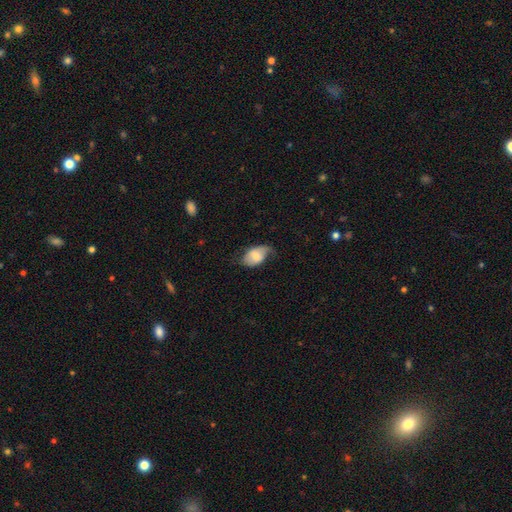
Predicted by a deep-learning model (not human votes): Smooth or featured? smooth (52%)
How rounded? in between (87%)
Merging? none (44%)